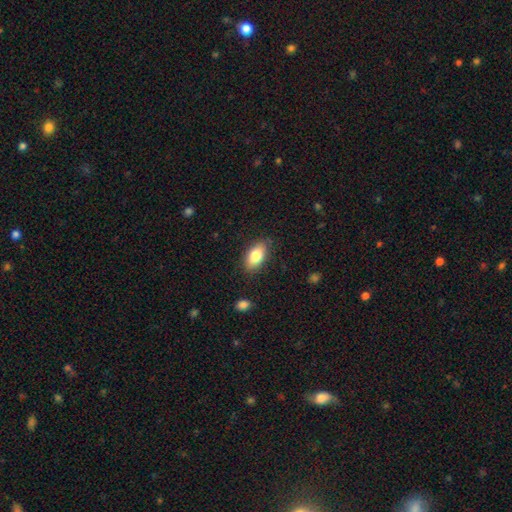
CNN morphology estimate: This is clearly a smooth galaxy (82%). How rounded: clearly in between (90%). Merging: clearly none (84%).